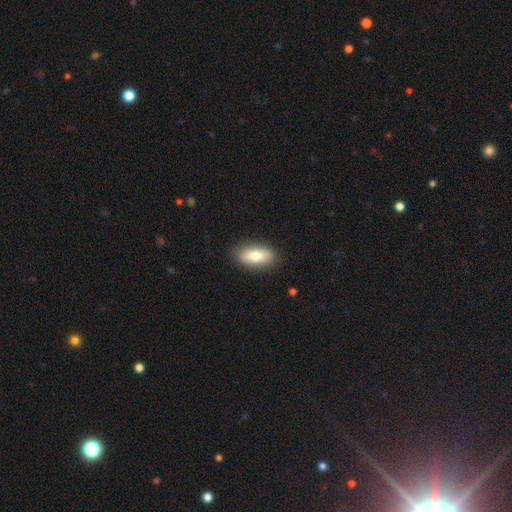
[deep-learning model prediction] A smooth galaxy with no disk features (80%) that is in between round and cigar-shaped (85%).

Vote fractions:
- Smooth or featured? smooth: 80% / featured or disk: 13% / star or artifact: 7%
- How rounded? in between: 85% / cigar-shaped: 12% / round: 3%
- Merging? none: 87% / minor disturbance: 9% / major disturbance: 2% / merger: 1%